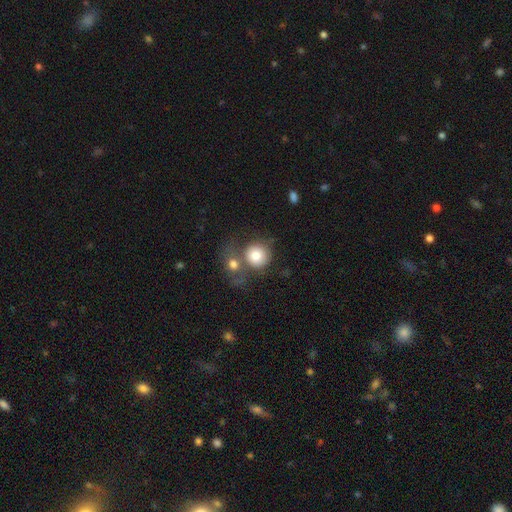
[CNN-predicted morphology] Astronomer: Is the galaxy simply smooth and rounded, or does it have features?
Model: smooth — 79%.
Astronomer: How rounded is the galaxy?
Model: round — 88%.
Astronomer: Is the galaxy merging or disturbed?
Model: merger — 42% (runner-up: none, 38%).